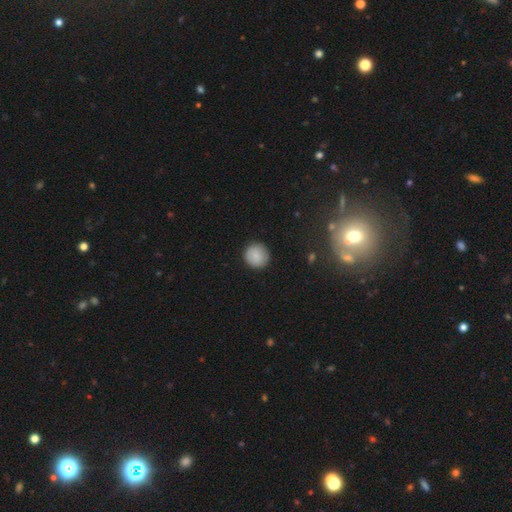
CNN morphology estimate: Smooth or featured: smooth — 87% (star or artifact — 8%)
How rounded: round — 94% (in between — 5%)
Merging: none — 91% (minor disturbance — 7%)